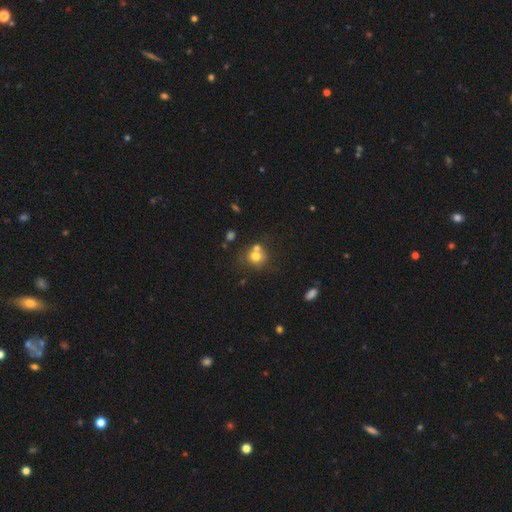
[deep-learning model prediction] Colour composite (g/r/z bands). It shows a smooth galaxy with no disk features (72%) that is round (82%). Merging: none (50%).